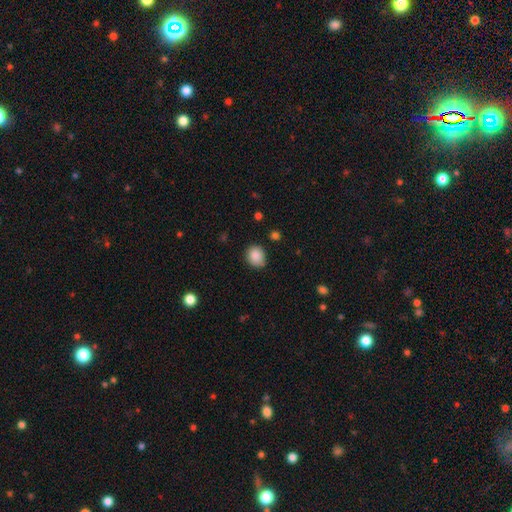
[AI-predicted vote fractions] smooth 87%, star or artifact 9%, featured or disk 5%. Down the decision tree: how rounded — round (67%); merging — none (74%).